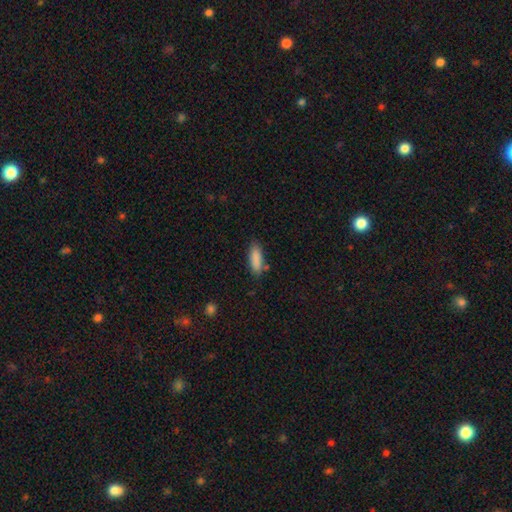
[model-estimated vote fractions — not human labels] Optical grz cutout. It shows a smooth galaxy with no disk features (88%) that is in between round and cigar-shaped (66%). Merging: none (79%).